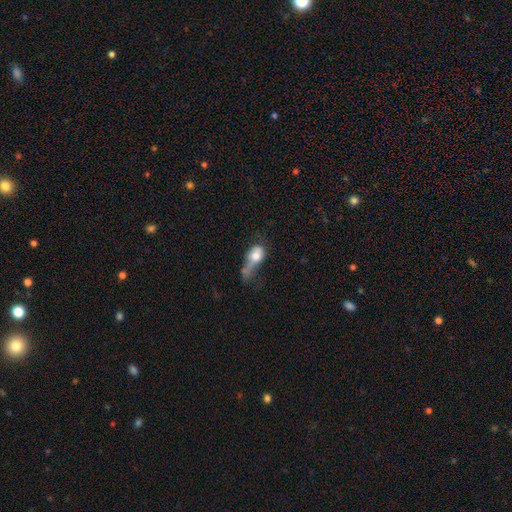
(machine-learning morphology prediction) This appears to be a smooth galaxy with no disk features (67%) that is in between round and cigar-shaped (71%). Merging: major disturbance (42%).